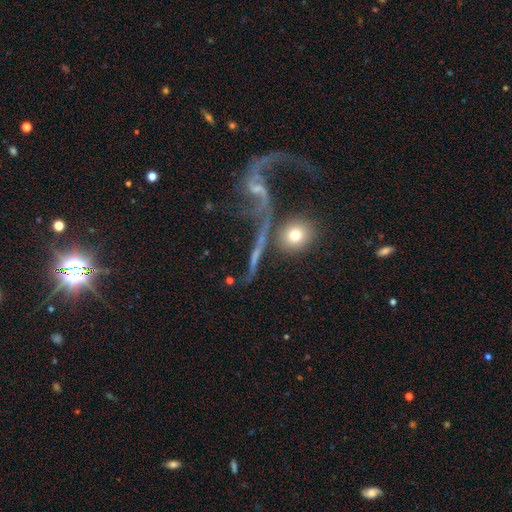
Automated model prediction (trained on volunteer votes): Smooth or featured? featured or disk (67%)
Edge-on disk? no (67%)
Merging? none (48%)